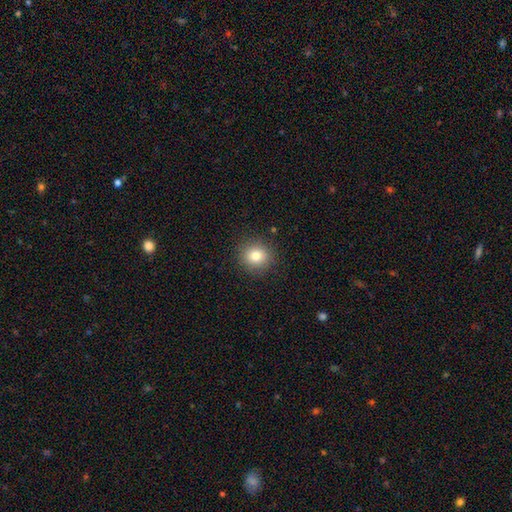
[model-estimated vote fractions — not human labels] Smooth or featured? smooth (80%)
How rounded? round (89%)
Merging? none (89%)